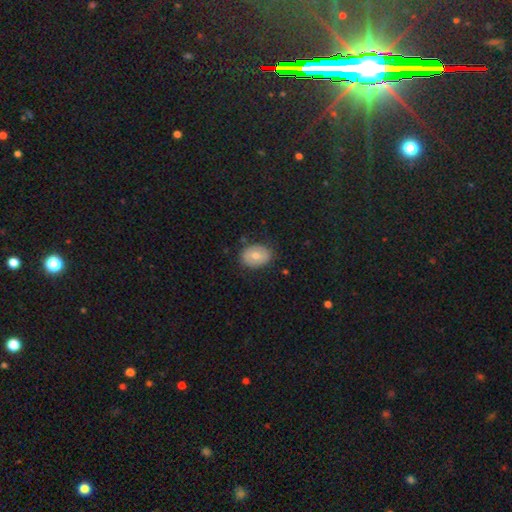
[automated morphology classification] This appears to be a smooth galaxy with no disk features (66%) that is in between round and cigar-shaped (62%). Merging: none (80%).